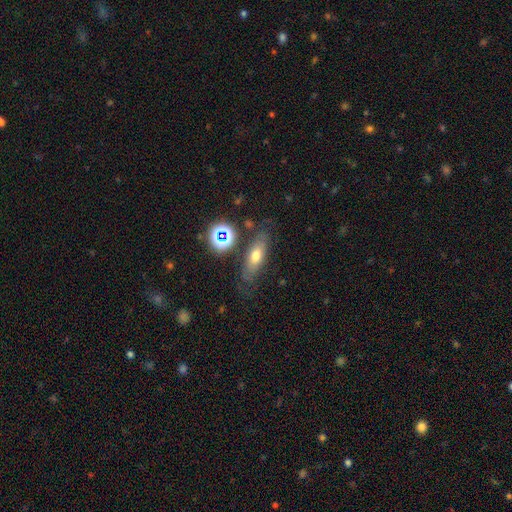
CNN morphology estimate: Smooth or featured? Predicted: smooth (p=0.56). How rounded? Predicted: in between (p=0.61). Merging? Predicted: none (p=0.68).